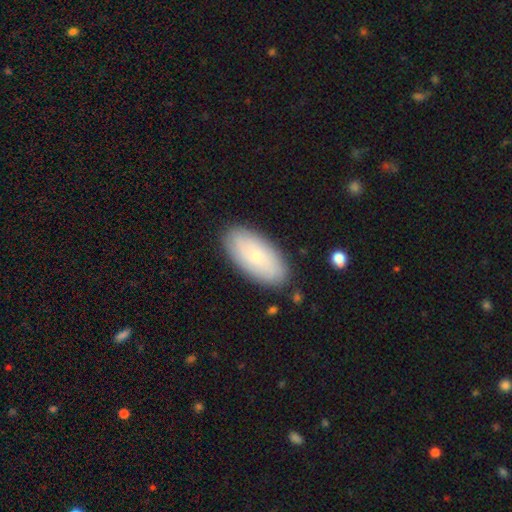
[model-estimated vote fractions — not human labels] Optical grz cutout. It shows a smooth galaxy with no disk features (66%) that is in between round and cigar-shaped (92%). Merging: none (86%).